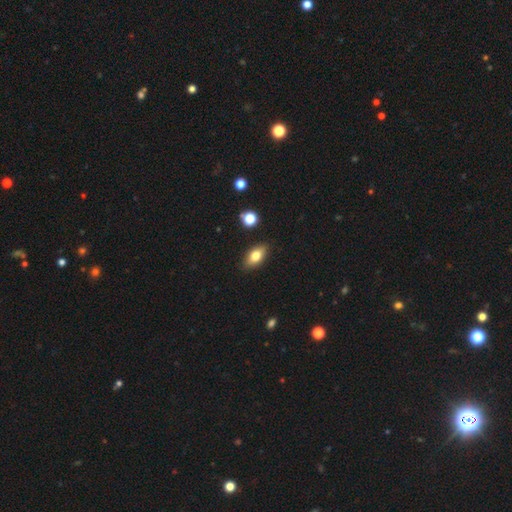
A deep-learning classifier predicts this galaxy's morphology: Q: Smooth or featured?
A: smooth (75%); runner-up: featured or disk (16%)
Q: How rounded?
A: in between (86%); runner-up: round (7%)
Q: Merging?
A: none (86%); runner-up: minor disturbance (10%)